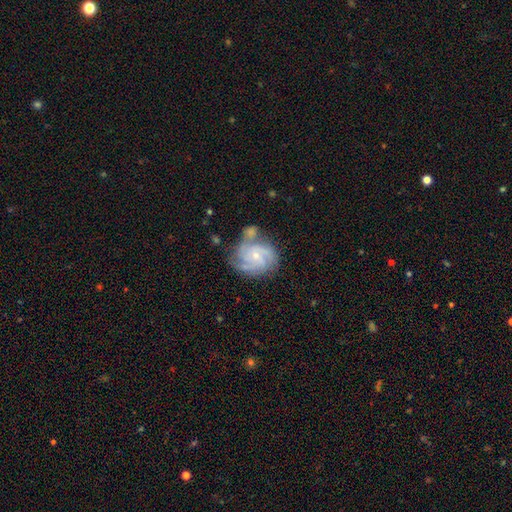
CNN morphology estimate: A featured or disk galaxy (84%) with no bar (66%), 3 (47%) tight (54%) spiral arms (97%) and a small central bulge (71%). Merging: none (52%).